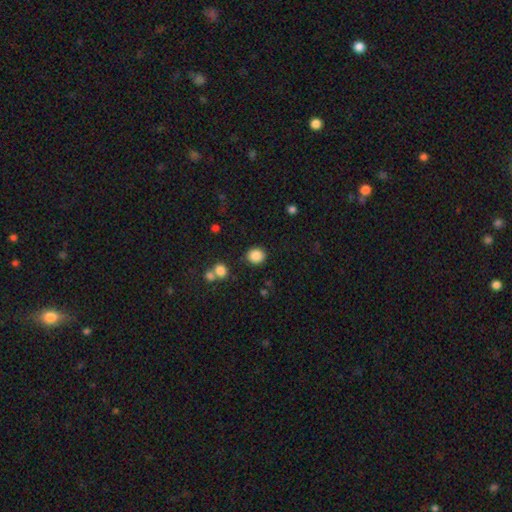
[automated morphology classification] Q: Smooth or featured?
A: smooth (86%); runner-up: star or artifact (10%)
Q: How rounded?
A: round (85%); runner-up: in between (14%)
Q: Merging?
A: none (86%); runner-up: minor disturbance (8%)